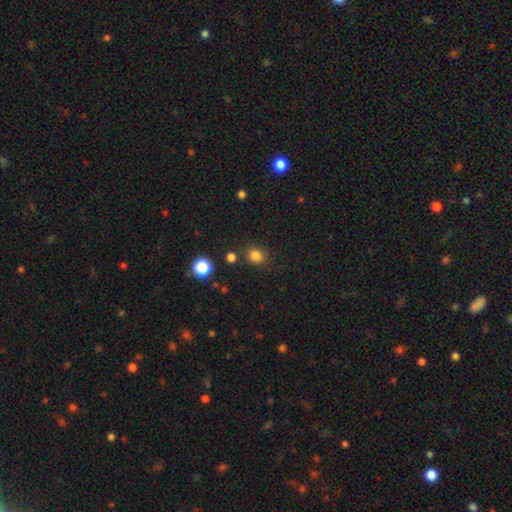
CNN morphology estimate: Q: Smooth or featured?
A: smooth (82%); runner-up: star or artifact (14%)
Q: How rounded?
A: round (71%); runner-up: in between (28%)
Q: Merging?
A: none (82%); runner-up: minor disturbance (10%)